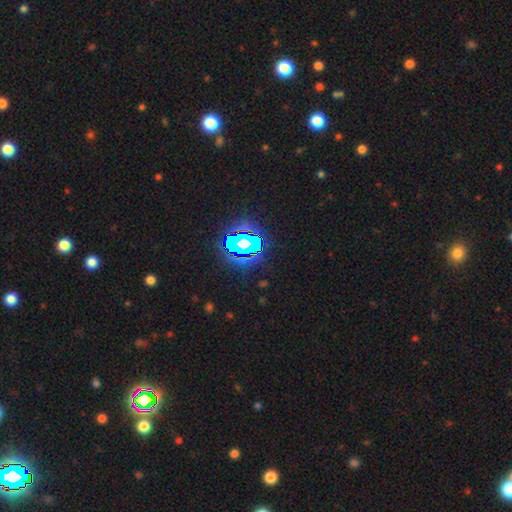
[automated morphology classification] smooth_or_featured: star or artifact (p=0.81) [alt: smooth p=0.11]